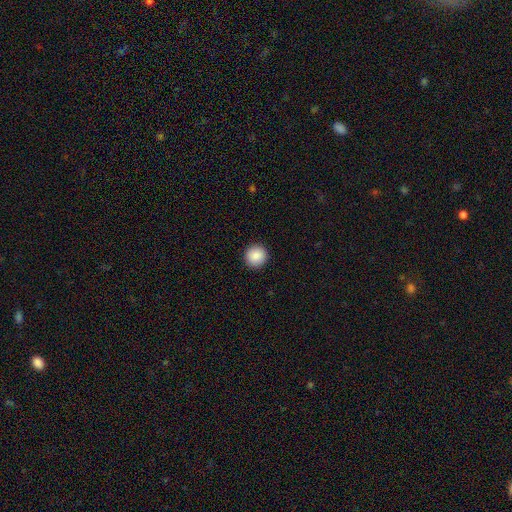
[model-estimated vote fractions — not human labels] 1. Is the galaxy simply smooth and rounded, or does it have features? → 88% smooth, 8% star or artifact, 4% featured or disk.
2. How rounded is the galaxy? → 95% round, 4% in between, 1% cigar-shaped.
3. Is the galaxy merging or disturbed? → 93% none, 4% minor disturbance, 1% major disturbance, 1% merger.